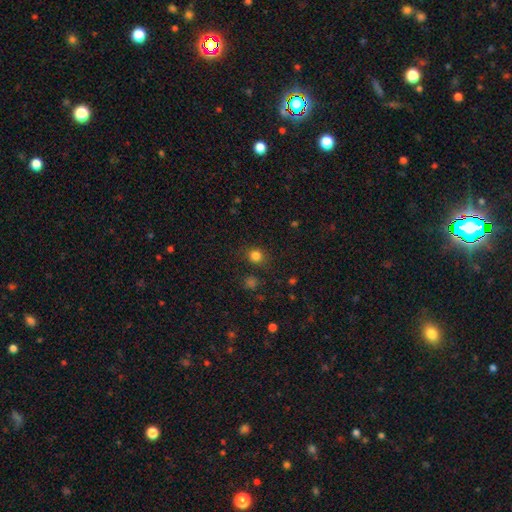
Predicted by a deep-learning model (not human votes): Overall: smooth (80%). How rounded: round (86%). Merging: none (83%).